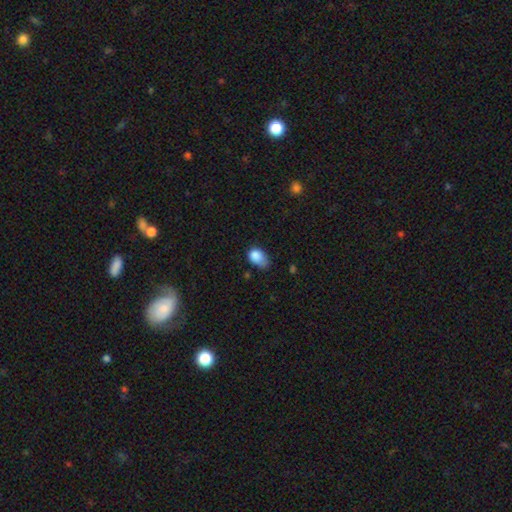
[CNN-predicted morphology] Smooth or featured?
  - smooth: 84% *
  - star or artifact: 9%
  - featured or disk: 7%
How rounded?
  - in between: 76% *
  - round: 22%
  - cigar-shaped: 1%
Merging?
  - minor disturbance: 47% *
  - none: 32%
  - major disturbance: 18%
  - merger: 4%